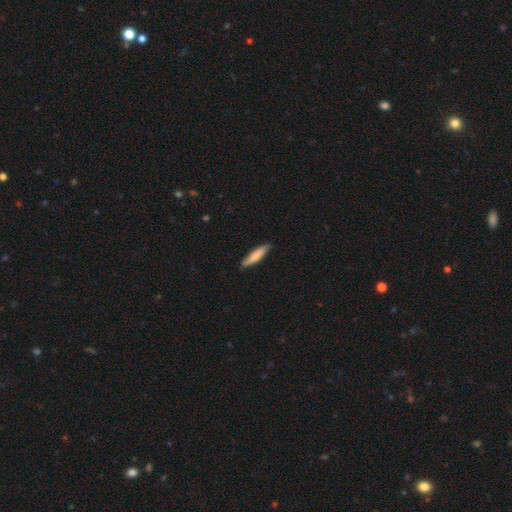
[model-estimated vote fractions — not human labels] Morphology: type=smooth (76%); roundness=cigar-shaped (80%); merging=none (86%).